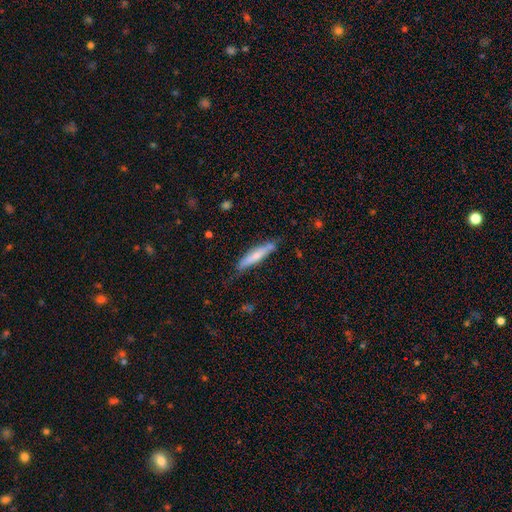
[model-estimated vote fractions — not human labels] smooth_or_featured: smooth (p=0.61) [alt: featured or disk p=0.33]
how_rounded: cigar-shaped (p=0.85) [alt: in between p=0.14]
merging: none (p=0.69) [alt: minor disturbance p=0.23]